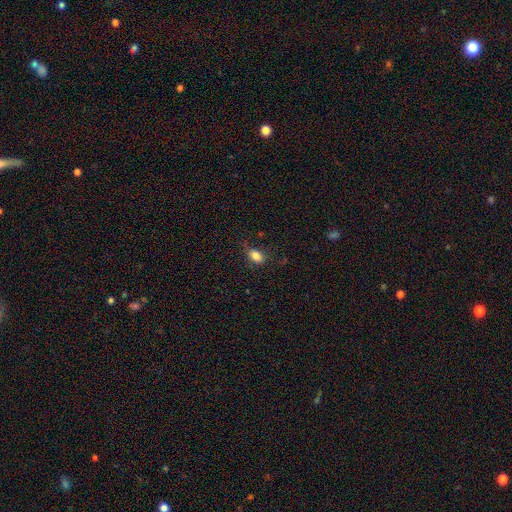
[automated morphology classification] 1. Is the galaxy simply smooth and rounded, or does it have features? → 85% smooth, 10% star or artifact, 6% featured or disk.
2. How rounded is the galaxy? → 85% in between, 12% round, 2% cigar-shaped.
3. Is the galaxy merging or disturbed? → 75% none, 19% minor disturbance, 5% major disturbance, 1% merger.